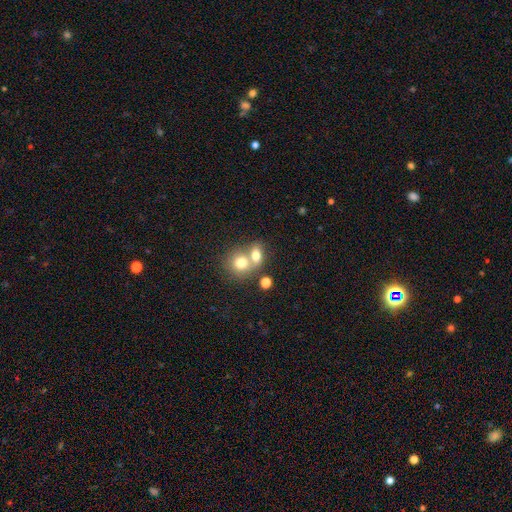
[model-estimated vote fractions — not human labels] Overall: smooth (74%). How rounded: round (51%; in between 47%). Merging: merger (62%; none 28%).